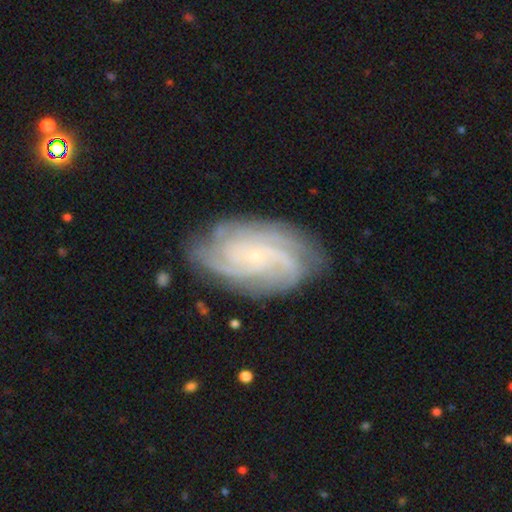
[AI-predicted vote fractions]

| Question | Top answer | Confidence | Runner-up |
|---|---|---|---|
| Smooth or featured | featured or disk | 84% | smooth (9%) |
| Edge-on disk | no | 96% | yes (4%) |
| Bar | no | 70% | weak (24%) |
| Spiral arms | yes | 97% | no (3%) |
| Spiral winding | tight | 62% | medium (31%) |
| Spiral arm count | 4 | 27% | can't tell (24%) |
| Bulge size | small | 83% | moderate (9%) |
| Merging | none | 77% | minor disturbance (16%) |